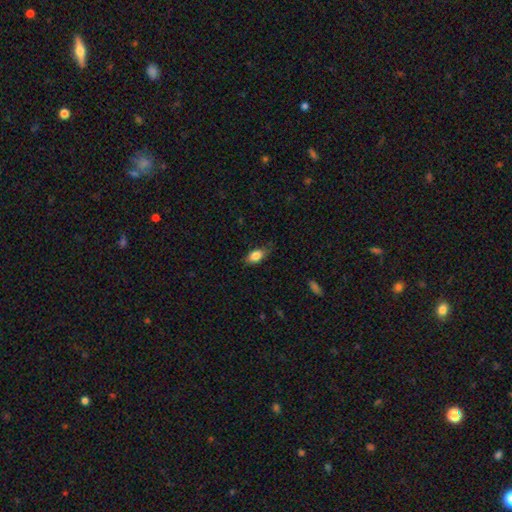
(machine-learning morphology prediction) Smooth or featured? Predicted: smooth (p=0.83). How rounded? Predicted: in between (p=0.86). Merging? Predicted: none (p=0.70).